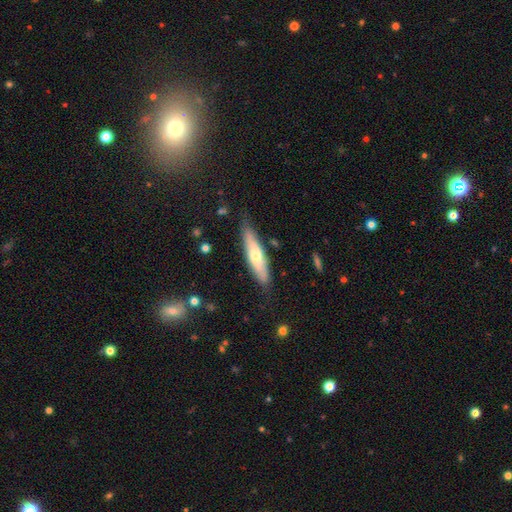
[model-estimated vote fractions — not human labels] smooth 54%, featured or disk 41%, star or artifact 6%. Down the decision tree: how rounded — cigar-shaped (71%); merging — none (77%).